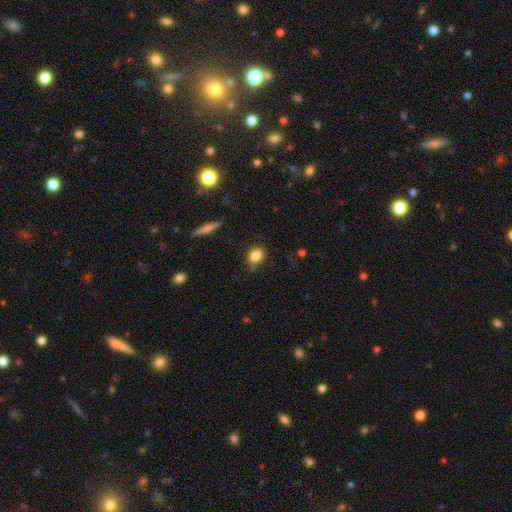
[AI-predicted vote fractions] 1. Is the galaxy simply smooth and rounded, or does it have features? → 84% smooth, 9% star or artifact, 7% featured or disk.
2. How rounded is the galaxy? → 66% in between, 32% round, 2% cigar-shaped.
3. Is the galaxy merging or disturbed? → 76% none, 18% minor disturbance, 4% major disturbance, 3% merger.